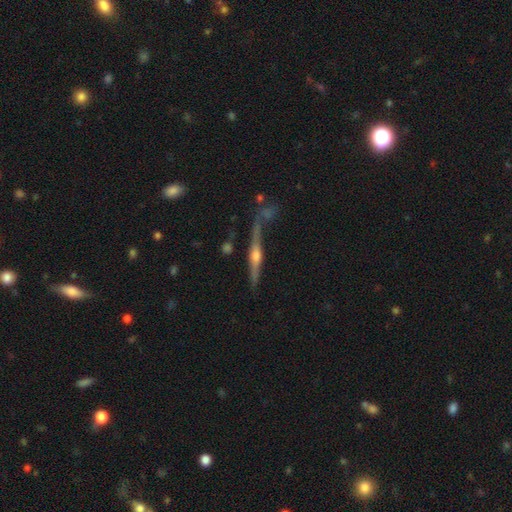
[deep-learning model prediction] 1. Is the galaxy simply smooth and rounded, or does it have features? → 80% featured or disk, 13% smooth, 7% star or artifact.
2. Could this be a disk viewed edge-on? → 95% yes, 5% no.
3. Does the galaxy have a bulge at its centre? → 91% rounded, 5% none, 5% boxy.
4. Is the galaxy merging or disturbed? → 67% none, 17% minor disturbance, 9% merger, 8% major disturbance.